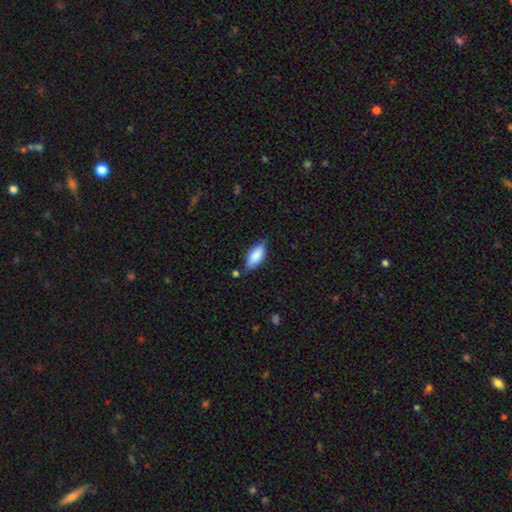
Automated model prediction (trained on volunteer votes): Morphology: type=smooth (79%); roundness=in between (80%); merging=none (70%).